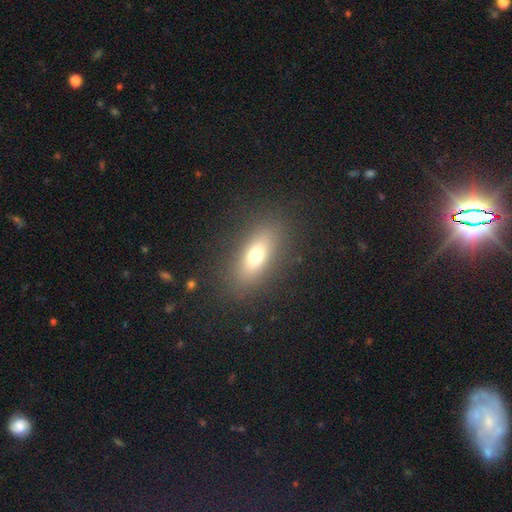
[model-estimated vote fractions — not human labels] Q: Smooth or featured?
A: smooth (69%); runner-up: featured or disk (19%)
Q: How rounded?
A: in between (74%); runner-up: cigar-shaped (19%)
Q: Merging?
A: none (86%); runner-up: minor disturbance (9%)